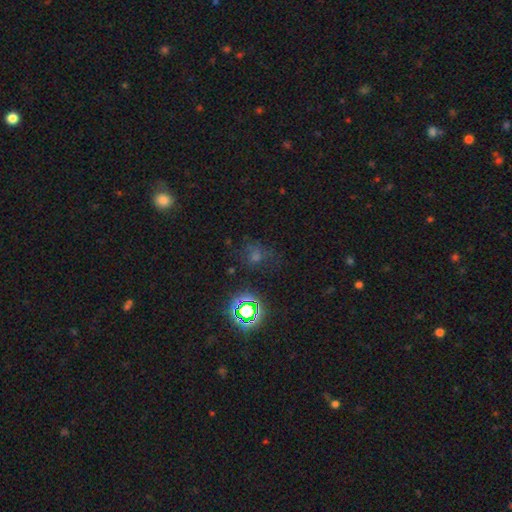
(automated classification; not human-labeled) Smooth or featured? Predicted: star or artifact (p=0.49).